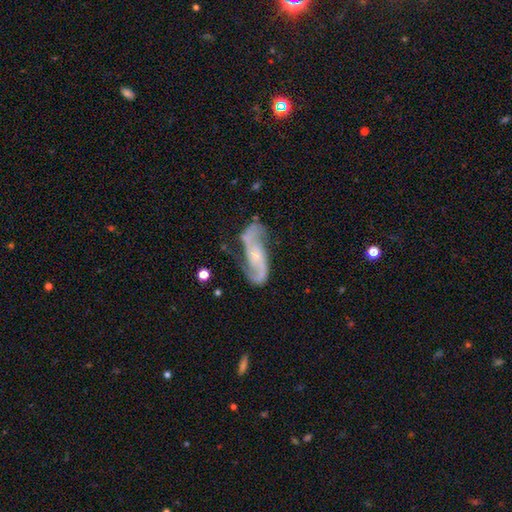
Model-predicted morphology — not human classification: Overall: featured or disk (87%). Edge-on disk: no (95%). Bar: no (59%; weak 29%). Spiral arms: yes (96%). Spiral arm count: 2 (91%). Spiral winding: loose (43%; medium 42%). Bulge size: small (70%). Merging: none (64%).